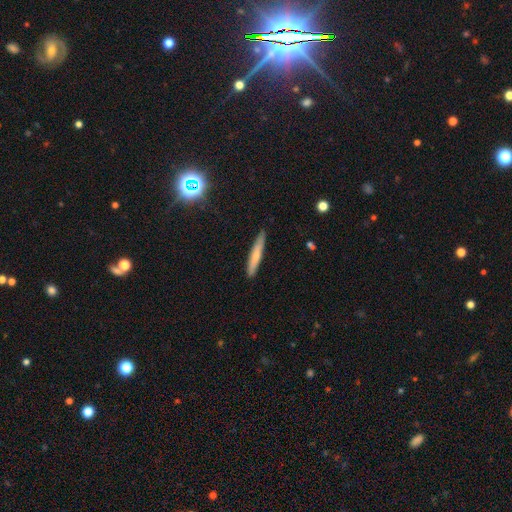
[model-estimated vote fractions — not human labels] A smooth galaxy with no disk features (65%) that is cigar-shaped (94%).

Vote fractions:
- Smooth or featured? smooth: 65% / featured or disk: 27% / star or artifact: 8%
- How rounded? cigar-shaped: 94% / in between: 5% / round: 1%
- Merging? none: 87% / minor disturbance: 10% / major disturbance: 2% / merger: 1%